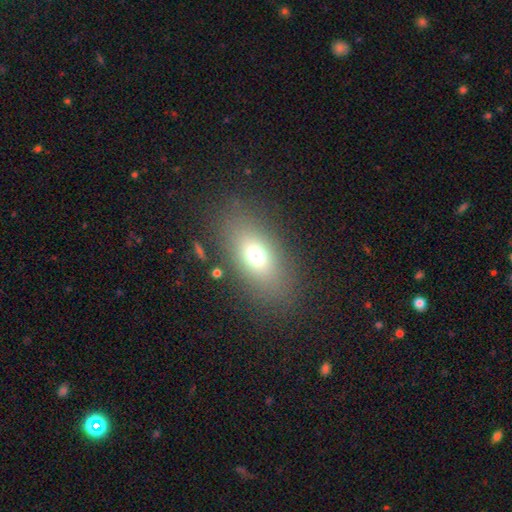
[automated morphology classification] The model was most divided on "smooth or featured": smooth: 69%, featured or disk: 17%, star or artifact: 14%. More confident: merging — none (80%); how rounded — in between (80%).